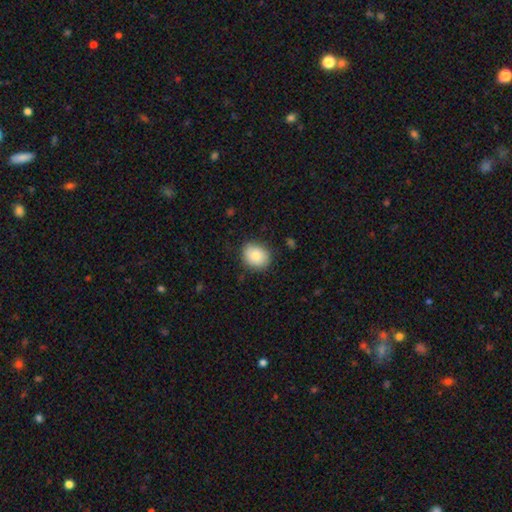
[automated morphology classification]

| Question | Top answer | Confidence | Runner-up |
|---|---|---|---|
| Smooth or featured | smooth | 83% | featured or disk (10%) |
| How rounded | round | 58% | in between (41%) |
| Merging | none | 84% | minor disturbance (12%) |